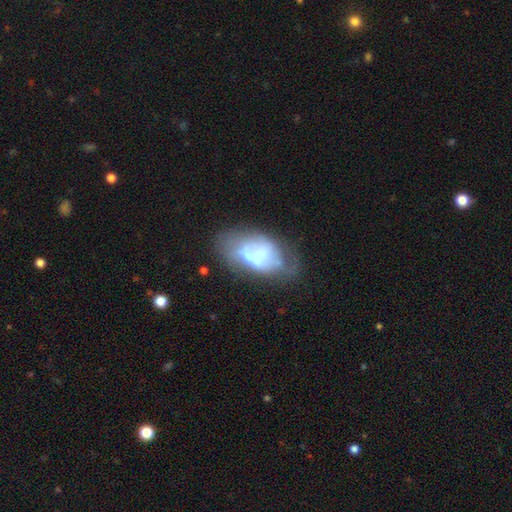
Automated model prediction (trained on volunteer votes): The model was most divided on "merging": none: 33%, minor disturbance: 28%, major disturbance: 25%, merger: 13%. Remaining: smooth or featured — smooth (49%).